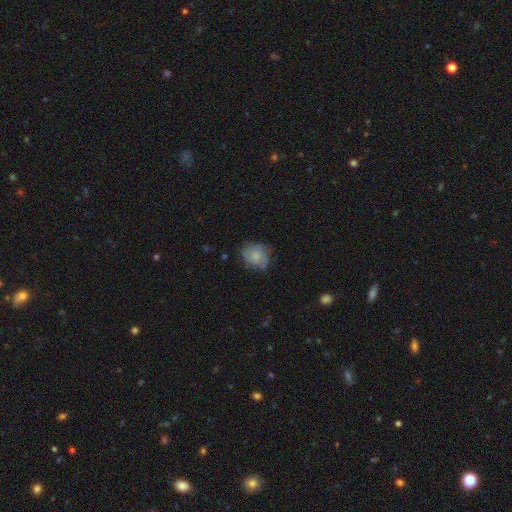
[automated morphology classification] The model was most divided on "how rounded": round: 62%, in between: 37%, cigar-shaped: 1%. More confident: smooth or featured — smooth (69%); merging — none (61%).